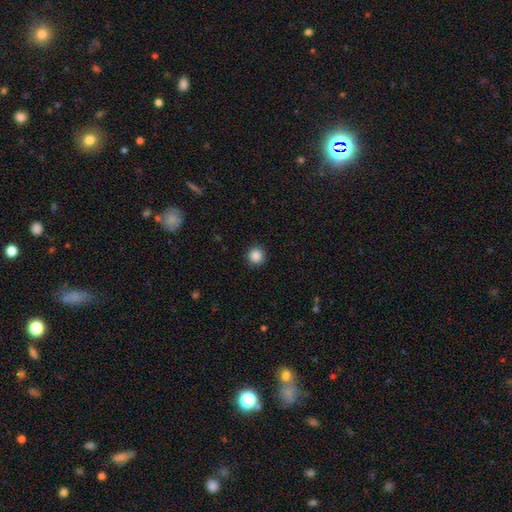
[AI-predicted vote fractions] smooth_or_featured: smooth (p=0.87) [alt: star or artifact p=0.10]
how_rounded: round (p=0.95) [alt: in between p=0.04]
merging: none (p=0.91) [alt: minor disturbance p=0.06]